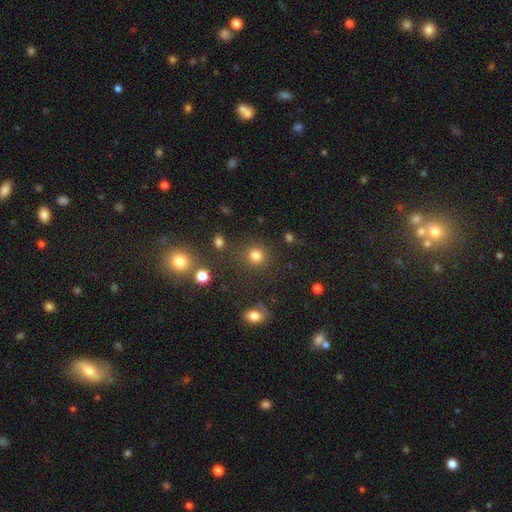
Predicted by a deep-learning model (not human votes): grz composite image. It shows a smooth galaxy with no disk features (79%) that is round (91%). Merging: none (83%).